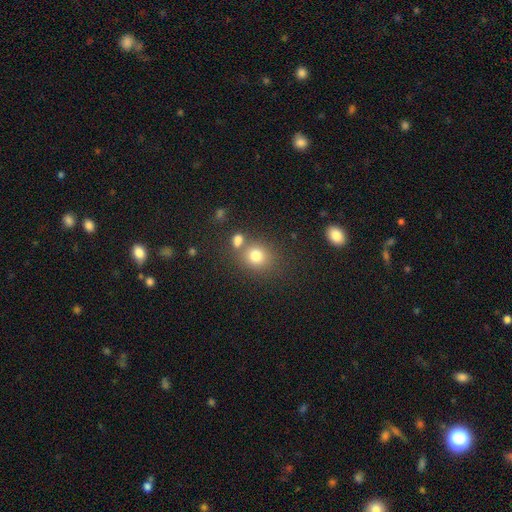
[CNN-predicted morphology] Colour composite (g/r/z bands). It shows a smooth galaxy with no disk features (77%) that is round (77%). Merging: none (63%).